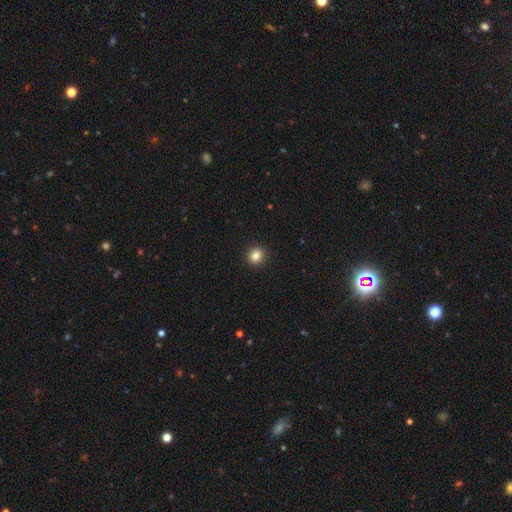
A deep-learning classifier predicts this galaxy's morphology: Smooth or featured? smooth (84%)
How rounded? round (86%)
Merging? none (93%)